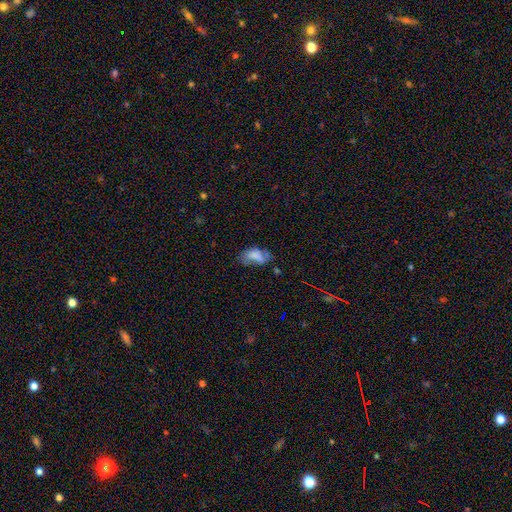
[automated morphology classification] smooth 68%, featured or disk 21%, star or artifact 11%. Down the decision tree: how rounded — in between (91%); merging — minor disturbance (33%, tied with none).